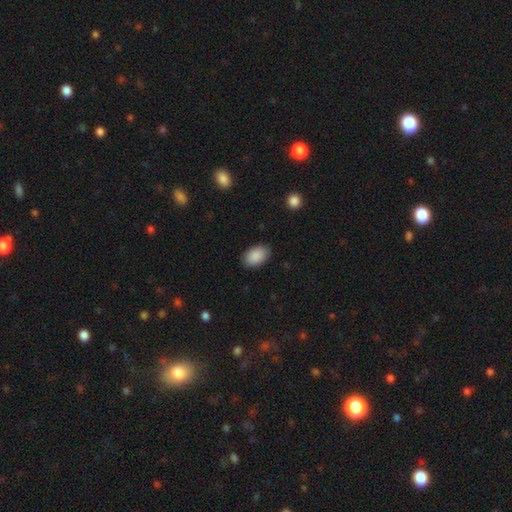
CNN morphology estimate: A smooth galaxy with no disk features (90%) that is in between round and cigar-shaped (91%). Merging: none (87%).